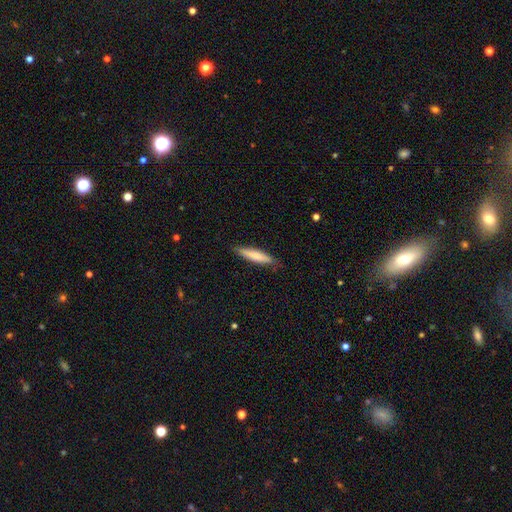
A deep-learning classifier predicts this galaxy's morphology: Smooth or featured? Predicted: smooth (p=0.72). How rounded? Predicted: cigar-shaped (p=0.85). Merging? Predicted: none (p=0.84).